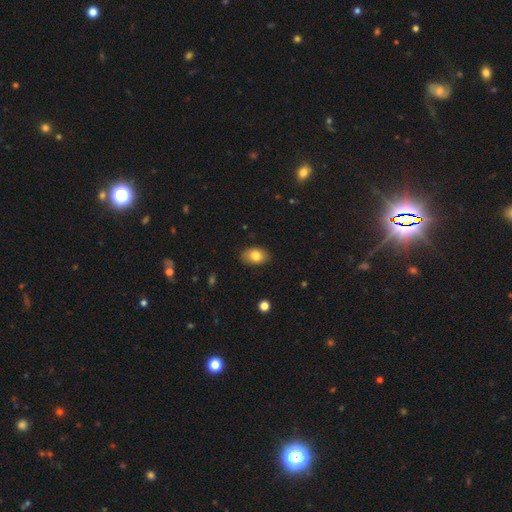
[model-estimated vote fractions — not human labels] Smooth or featured: smooth — 81% (featured or disk — 11%)
How rounded: in between — 85% (round — 13%)
Merging: none — 86% (minor disturbance — 11%)